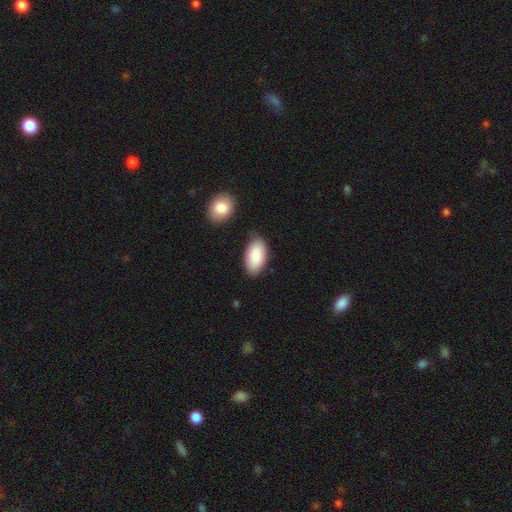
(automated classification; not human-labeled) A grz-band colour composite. It shows a smooth galaxy with no disk features (87%) that is in between round and cigar-shaped (95%). Merging: none (77%).